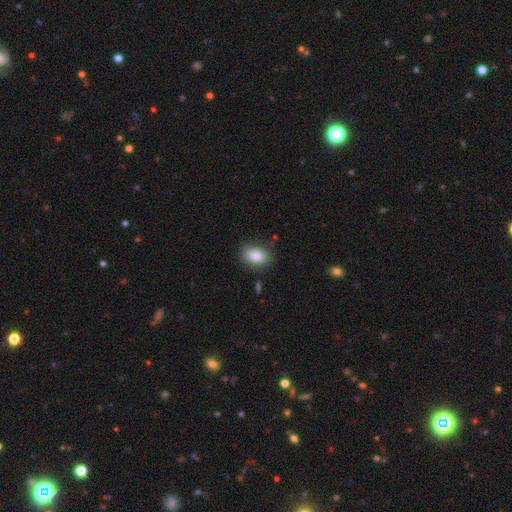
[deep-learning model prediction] This appears to be a smooth galaxy with no disk features (85%) that is in between round and cigar-shaped (81%). Merging: none (83%).